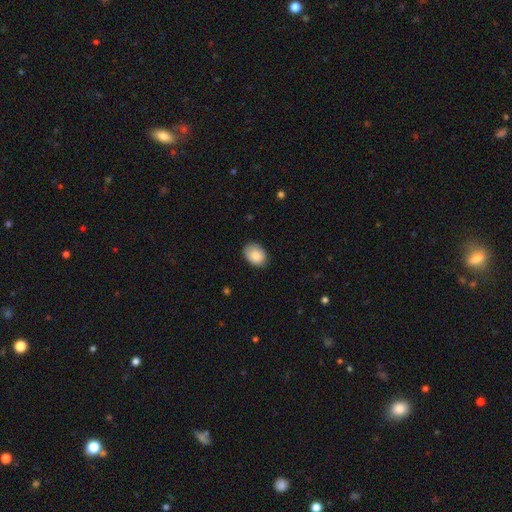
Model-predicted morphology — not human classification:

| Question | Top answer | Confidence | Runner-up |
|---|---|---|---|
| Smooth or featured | smooth | 86% | featured or disk (7%) |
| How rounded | in between | 72% | round (27%) |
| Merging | none | 78% | minor disturbance (18%) |